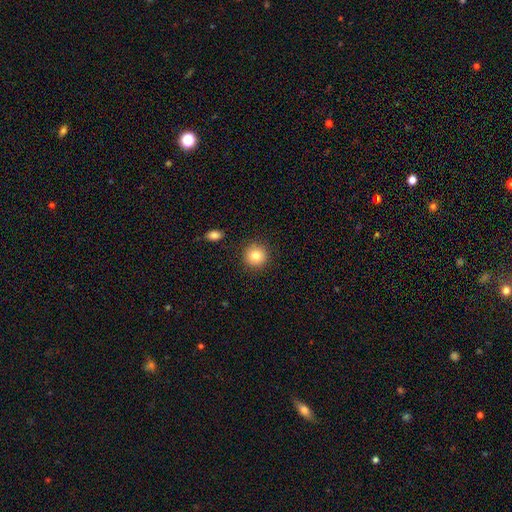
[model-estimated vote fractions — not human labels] Smooth or featured: smooth — 83% (star or artifact — 10%)
How rounded: round — 94% (in between — 5%)
Merging: none — 89% (minor disturbance — 7%)